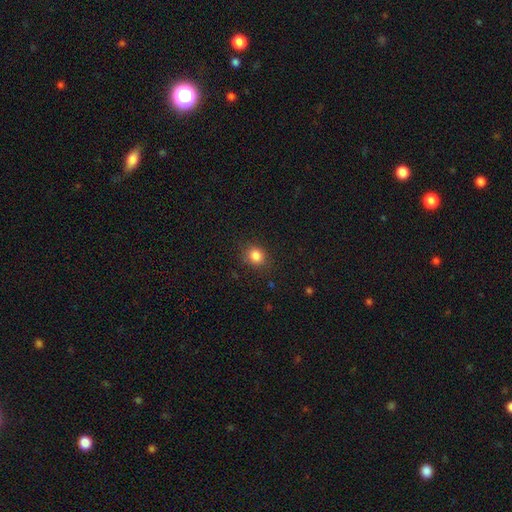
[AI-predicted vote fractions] smooth_or_featured: smooth (p=0.85) [alt: star or artifact p=0.11]
how_rounded: round (p=0.68) [alt: in between p=0.31]
merging: none (p=0.83) [alt: minor disturbance p=0.12]